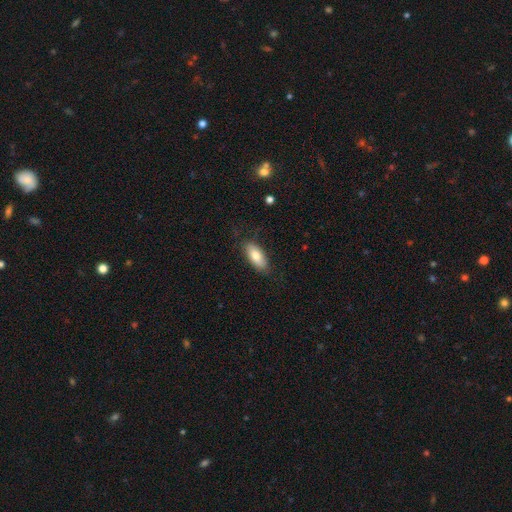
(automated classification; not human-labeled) Morphology: type=smooth (78%); roundness=in between (83%); merging=none (81%).